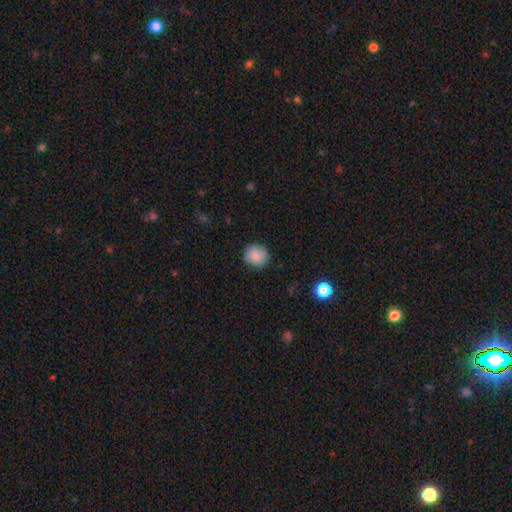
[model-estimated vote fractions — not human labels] smooth 87%, star or artifact 8%, featured or disk 4%. Down the decision tree: how rounded — round (87%); merging — none (89%).